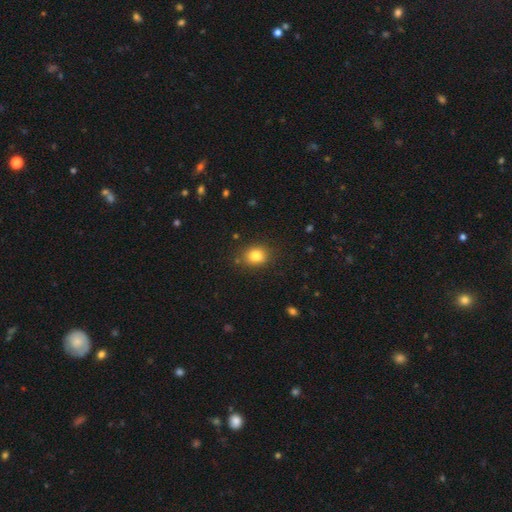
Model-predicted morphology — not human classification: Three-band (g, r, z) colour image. It shows a smooth galaxy with no disk features (83%) that is round (51%). Merging: none (81%).